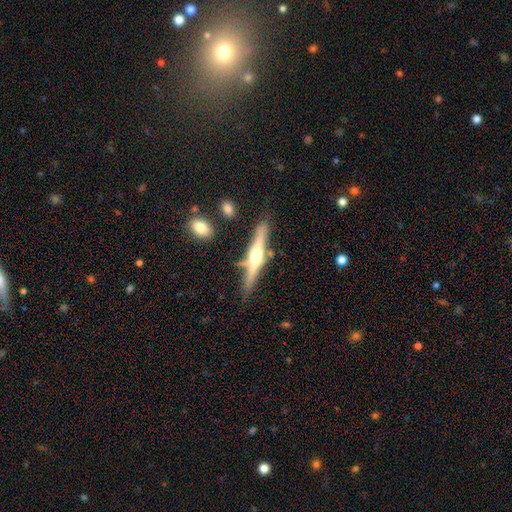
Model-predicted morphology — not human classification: Smooth or featured?
  - featured or disk: 74% *
  - smooth: 20%
  - star or artifact: 6%
Edge-on disk?
  - yes: 97% *
  - no: 3%
Edge-on bulge?
  - rounded: 89% *
  - boxy: 7%
  - none: 4%
Merging?
  - none: 75% *
  - minor disturbance: 15%
  - merger: 6%
  - major disturbance: 4%